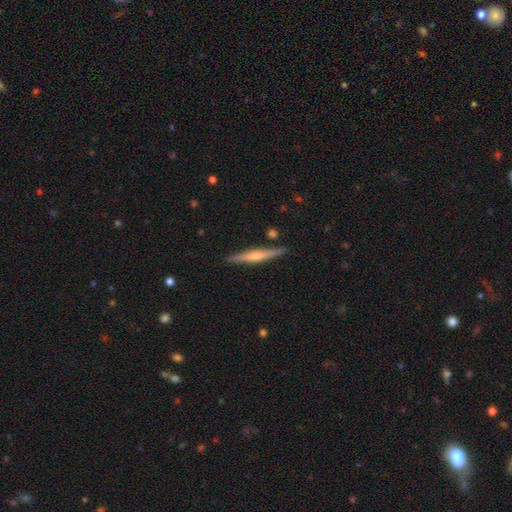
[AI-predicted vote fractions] The model was most divided on "smooth or featured": featured or disk: 64%, smooth: 30%, star or artifact: 6%. More confident: edge-on disk — yes (97%); merging — none (89%); edge-on bulge — rounded (69%).